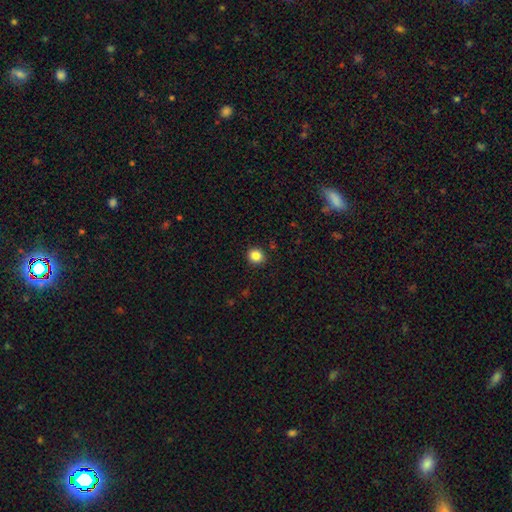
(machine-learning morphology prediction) The model was most divided on "how rounded": round: 84%, in between: 15%, cigar-shaped: 1%. More confident: merging — none (92%); smooth or featured — smooth (84%).